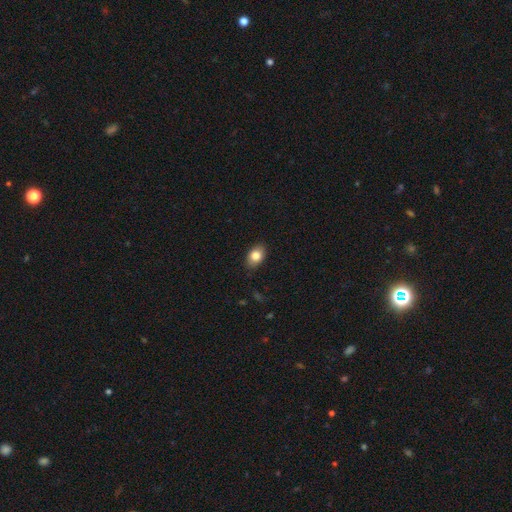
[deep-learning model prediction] Morphology: type=smooth (83%); roundness=in between (81%); merging=none (86%).